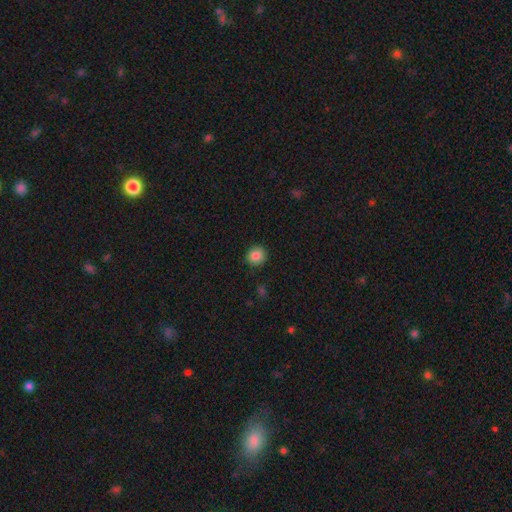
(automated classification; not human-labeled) Smooth or featured? smooth (86%)
How rounded? round (88%)
Merging? none (90%)